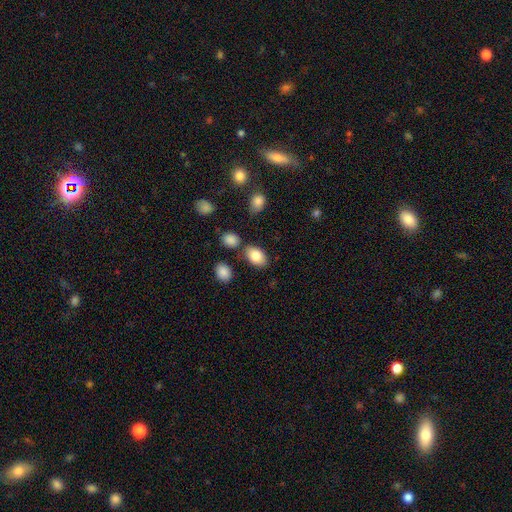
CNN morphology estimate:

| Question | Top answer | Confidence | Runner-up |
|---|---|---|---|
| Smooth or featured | smooth | 84% | featured or disk (9%) |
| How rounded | in between | 89% | round (9%) |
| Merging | none | 77% | minor disturbance (12%) |